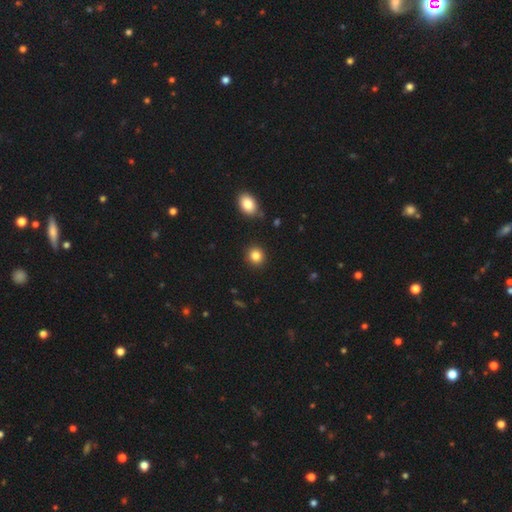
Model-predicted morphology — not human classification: The model was most divided on "how rounded": round: 84%, in between: 15%, cigar-shaped: 1%. More confident: merging — none (90%); smooth or featured — smooth (85%).